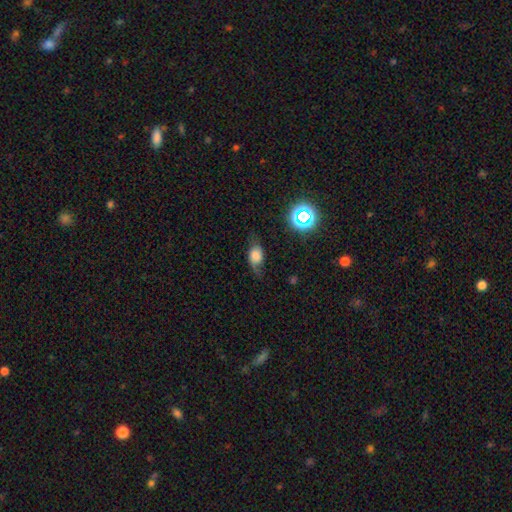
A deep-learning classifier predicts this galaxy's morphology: smooth 54%, featured or disk 33%, star or artifact 13%. Down the decision tree: how rounded — in between (69%); merging — none (54%).